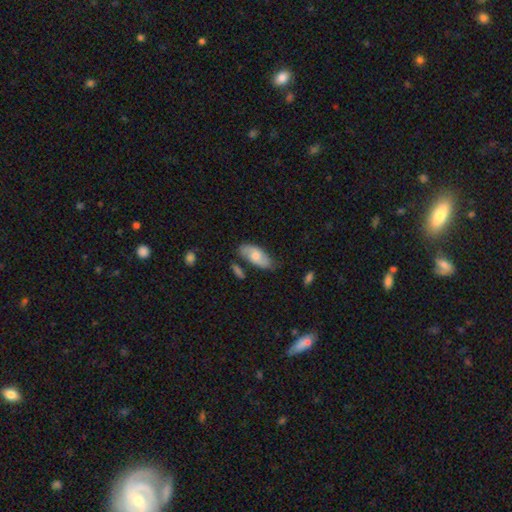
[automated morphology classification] A smooth galaxy with no disk features (54%) that is in between round and cigar-shaped (88%). Merging: none (68%).